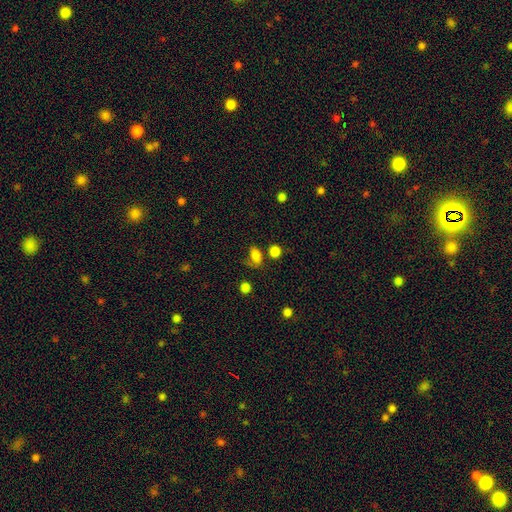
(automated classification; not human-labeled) smooth-or-featured: smooth: 80% | star or artifact: 12% | featured or disk: 8%
  how-rounded: in between: 77% | round: 21% | cigar-shaped: 2%
  merging: none: 52% | minor disturbance: 23% | major disturbance: 15% | merger: 10%